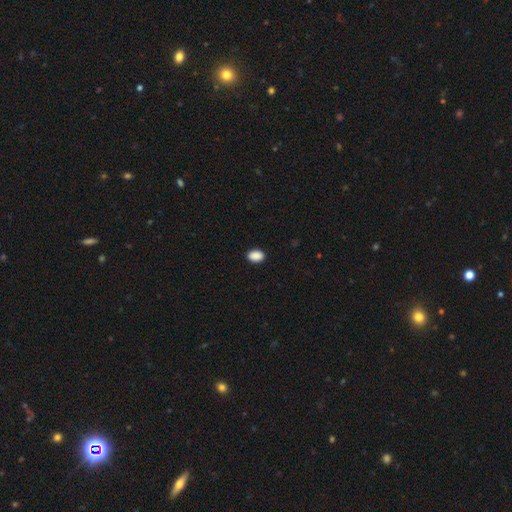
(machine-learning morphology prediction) Q: Smooth or featured?
A: smooth (90%); runner-up: star or artifact (7%)
Q: How rounded?
A: in between (85%); runner-up: round (14%)
Q: Merging?
A: none (91%); runner-up: minor disturbance (7%)